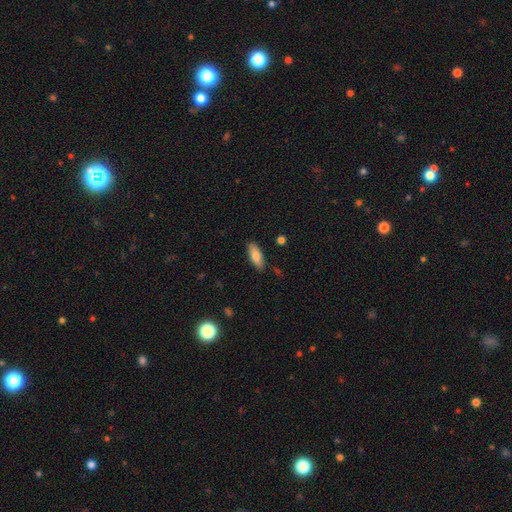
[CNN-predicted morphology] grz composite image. It shows a smooth galaxy with no disk features (78%) that is in between round and cigar-shaped (72%). Merging: none (85%).